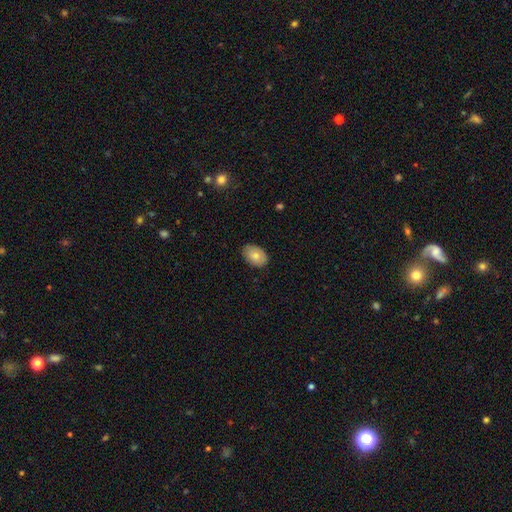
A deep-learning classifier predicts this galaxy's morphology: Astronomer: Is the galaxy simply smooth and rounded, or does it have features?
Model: smooth — 79%.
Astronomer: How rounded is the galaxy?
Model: in between — 87%.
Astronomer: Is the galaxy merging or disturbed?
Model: none — 85%.